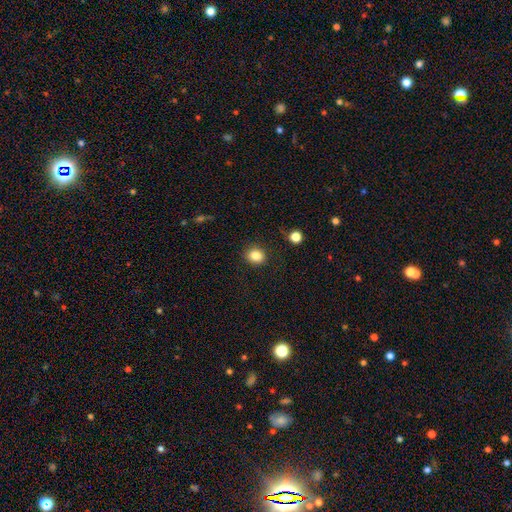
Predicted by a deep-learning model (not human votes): This is clearly a smooth galaxy (84%). How rounded: likely round (71%). Merging: clearly none (88%).